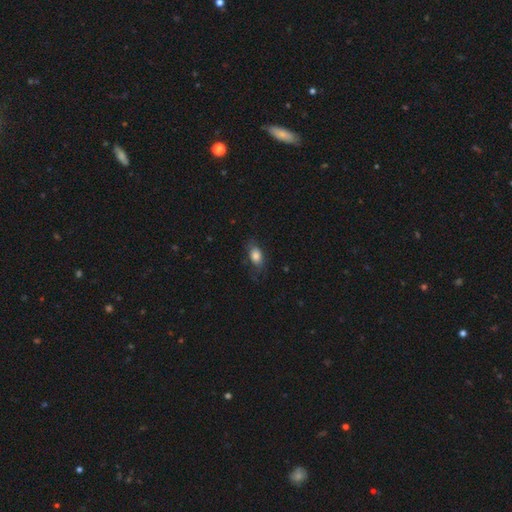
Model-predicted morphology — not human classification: smooth 76%, featured or disk 16%, star or artifact 8%. Down the decision tree: how rounded — in between (86%); merging — none (66%).